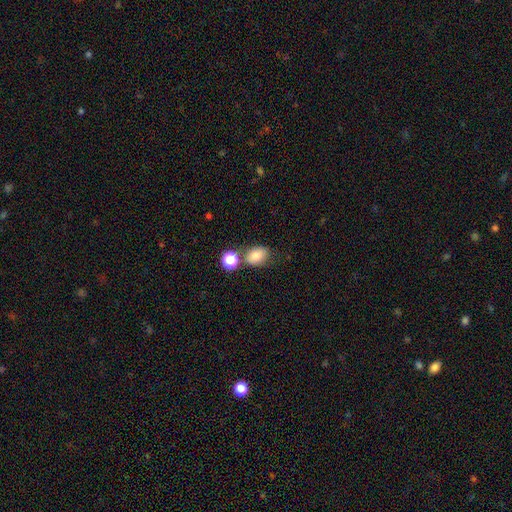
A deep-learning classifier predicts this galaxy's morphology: Smooth or featured? Predicted: smooth (p=0.79). How rounded? Predicted: in between (p=0.66). Merging? Predicted: none (p=0.62).